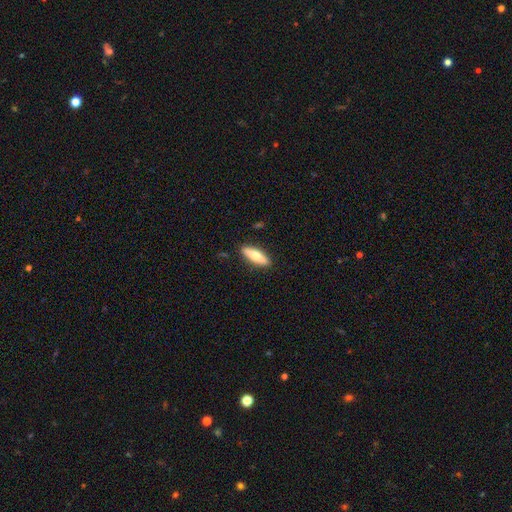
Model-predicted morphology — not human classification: type=smooth (60%); roundness=cigar-shaped (55%); merging=none (89%).